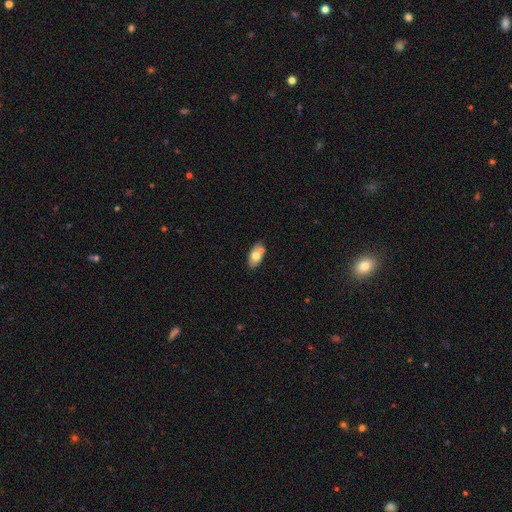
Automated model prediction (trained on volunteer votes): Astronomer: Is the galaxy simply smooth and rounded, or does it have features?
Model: smooth — 68%.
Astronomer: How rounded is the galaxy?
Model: in between — 90%.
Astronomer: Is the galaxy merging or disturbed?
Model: none — 59%.